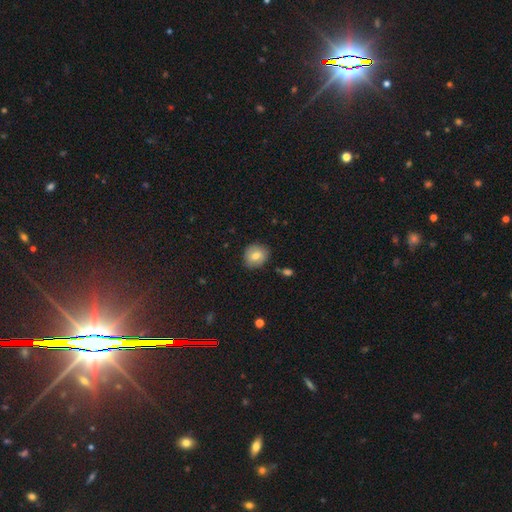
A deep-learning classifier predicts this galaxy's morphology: Smooth or featured? smooth (74%)
How rounded? round (78%)
Merging? none (83%)